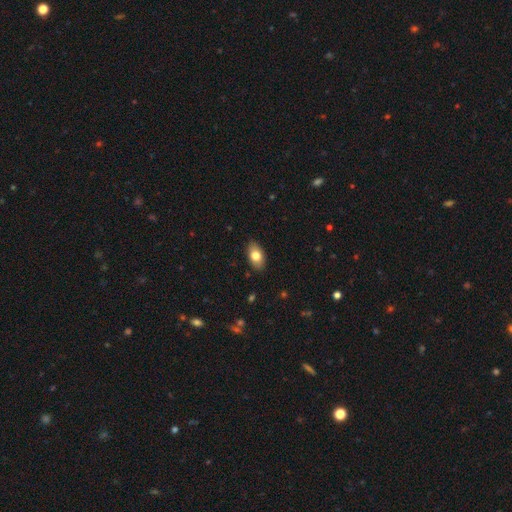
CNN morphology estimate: This is likely a smooth galaxy (78%). How rounded: clearly in between (92%). Merging: clearly none (87%).